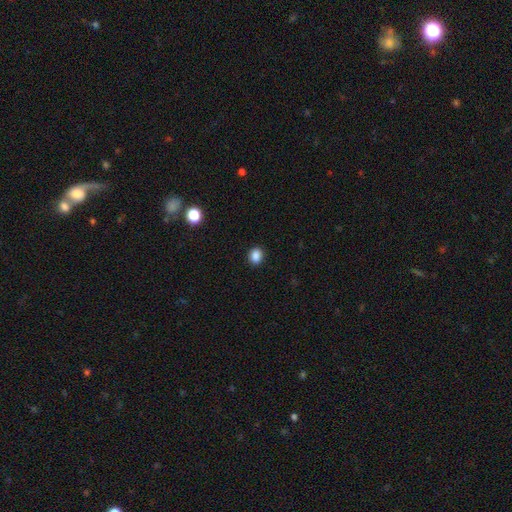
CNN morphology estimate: Smooth or featured? Predicted: smooth (p=0.87). How rounded? Predicted: round (p=0.56). Merging? Predicted: none (p=0.90).